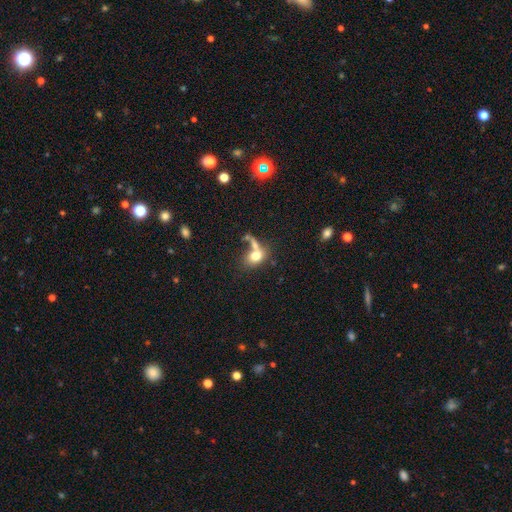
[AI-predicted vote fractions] Smooth or featured? smooth (73%)
How rounded? in between (70%)
Merging? merger (40%)